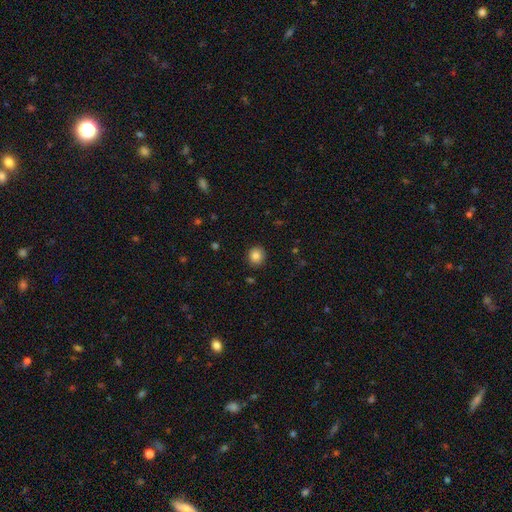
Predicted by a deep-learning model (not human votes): This is clearly a smooth galaxy (84%). How rounded: clearly round (87%). Merging: clearly none (90%).